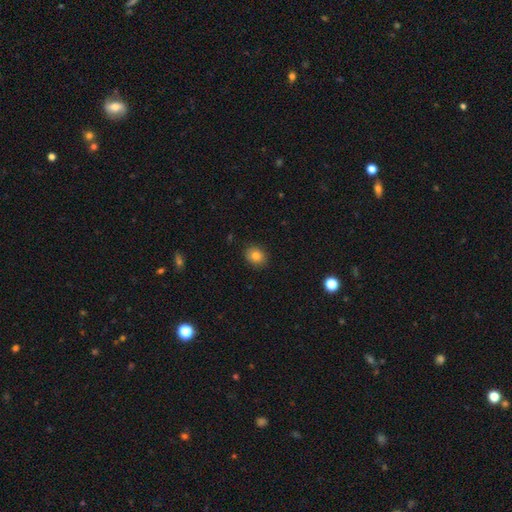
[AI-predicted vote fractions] This is clearly a smooth galaxy (81%). How rounded: possibly round (58%). Merging: clearly none (88%).